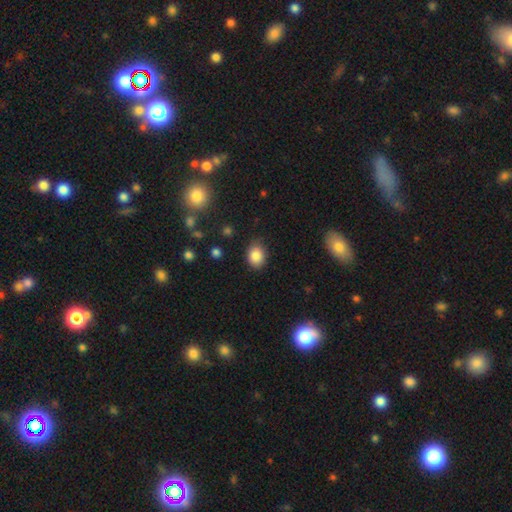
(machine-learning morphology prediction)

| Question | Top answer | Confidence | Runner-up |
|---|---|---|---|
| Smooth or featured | smooth | 85% | star or artifact (9%) |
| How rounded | in between | 62% | round (37%) |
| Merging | none | 79% | minor disturbance (16%) |